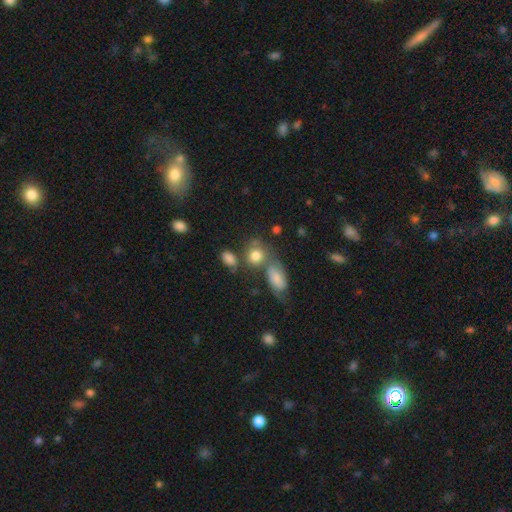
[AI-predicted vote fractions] A smooth galaxy with no disk features (77%) that is round (59%). Merging: none (45%).